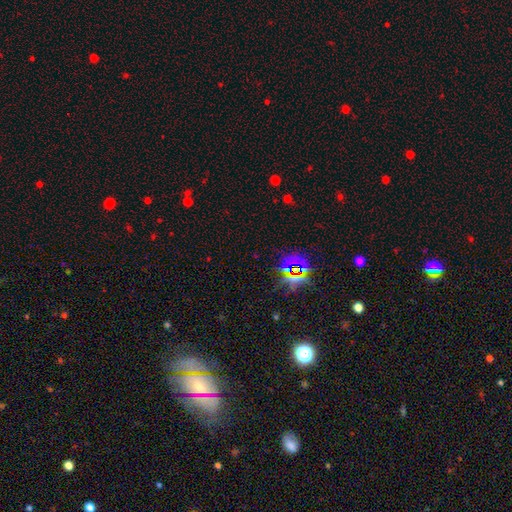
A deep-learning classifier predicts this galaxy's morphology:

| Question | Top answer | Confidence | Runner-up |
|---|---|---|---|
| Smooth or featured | star or artifact | 75% | smooth (17%) |